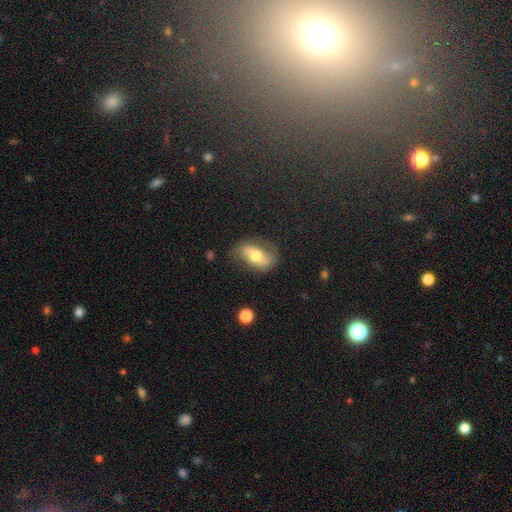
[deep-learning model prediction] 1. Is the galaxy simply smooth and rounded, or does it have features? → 51% featured or disk, 41% smooth, 8% star or artifact.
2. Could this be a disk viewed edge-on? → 90% no, 10% yes.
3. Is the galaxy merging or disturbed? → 69% none, 21% minor disturbance, 9% major disturbance, 2% merger.